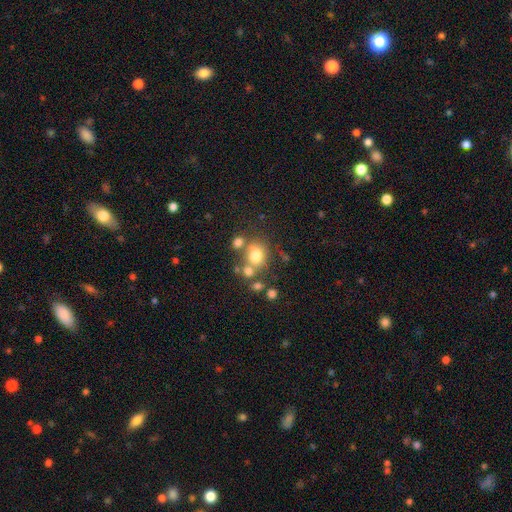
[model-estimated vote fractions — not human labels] This is likely a smooth galaxy (72%). How rounded: likely round (66%). Merging: possibly none (54%).